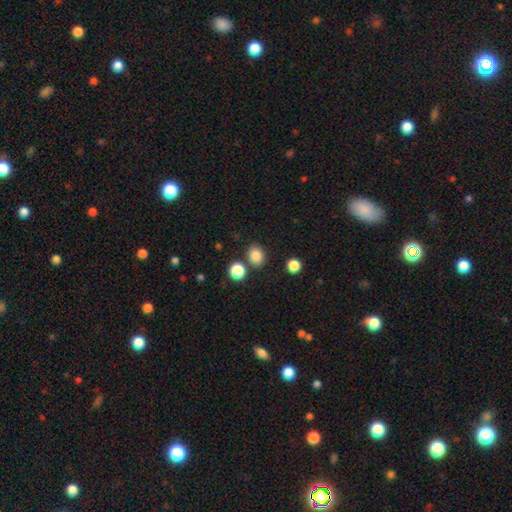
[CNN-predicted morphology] A smooth galaxy with no disk features (84%) that is round (56%). Merging: none (80%).